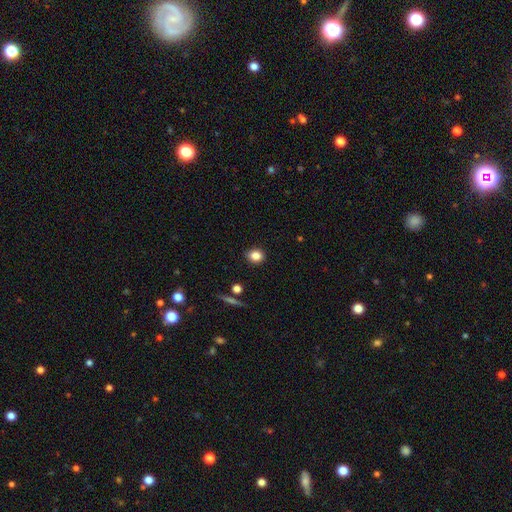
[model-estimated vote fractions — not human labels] Smooth or featured? smooth (83%)
How rounded? round (60%)
Merging? none (87%)